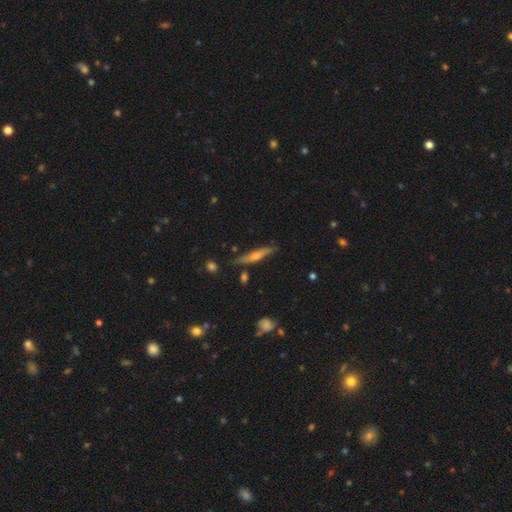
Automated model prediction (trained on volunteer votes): Q: Smooth or featured?
A: featured or disk (59%); runner-up: smooth (34%)
Q: Edge-on disk?
A: yes (92%); runner-up: no (8%)
Q: Edge-on bulge?
A: rounded (77%); runner-up: none (15%)
Q: Merging?
A: none (80%); runner-up: minor disturbance (15%)